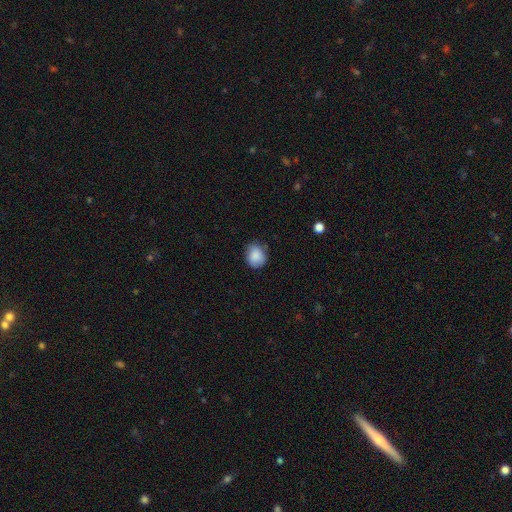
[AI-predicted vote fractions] This appears to be a smooth galaxy with no disk features (87%) that is round (69%). Merging: none (74%).